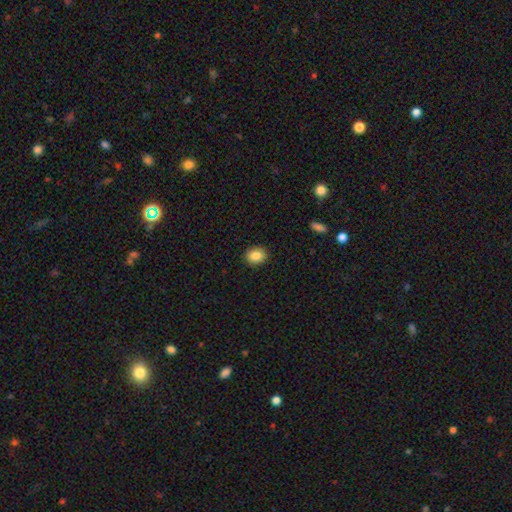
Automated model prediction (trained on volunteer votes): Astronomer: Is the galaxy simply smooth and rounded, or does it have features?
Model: smooth — 86%.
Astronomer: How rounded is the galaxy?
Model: round — 54% (runner-up: in between, 45%).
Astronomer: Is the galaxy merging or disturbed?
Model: none — 91%.